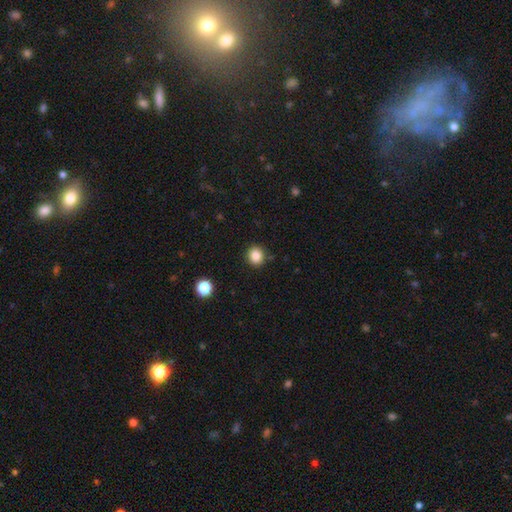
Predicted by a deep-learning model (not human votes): Smooth or featured?
  - smooth: 85% *
  - star or artifact: 11%
  - featured or disk: 4%
How rounded?
  - round: 86% *
  - in between: 13%
  - cigar-shaped: 1%
Merging?
  - none: 89% *
  - minor disturbance: 7%
  - major disturbance: 2%
  - merger: 2%